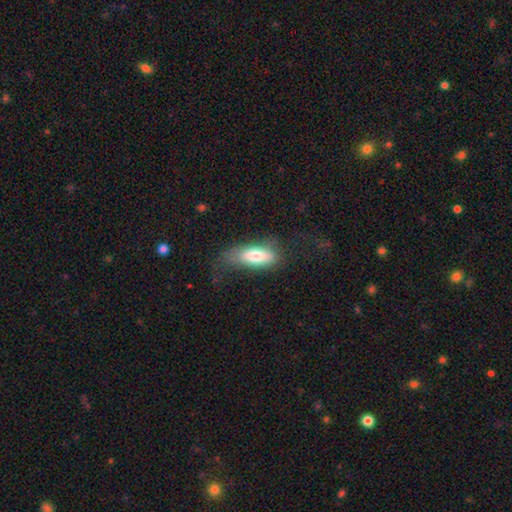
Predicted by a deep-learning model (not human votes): Smooth or featured: smooth — 72% (featured or disk — 21%)
How rounded: in between — 75% (cigar-shaped — 23%)
Merging: none — 51% (minor disturbance — 27%)